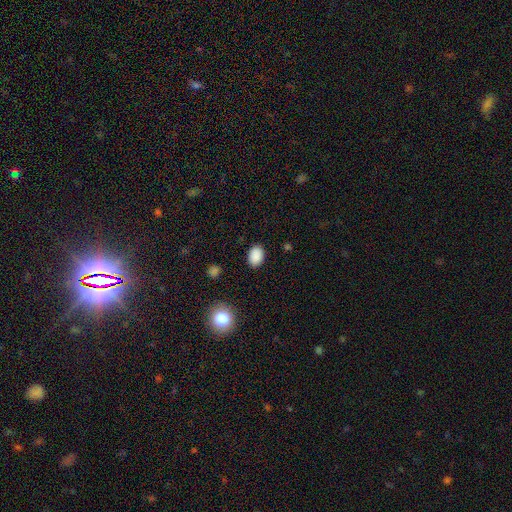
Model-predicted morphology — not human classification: A smooth galaxy with no disk features (88%) that is in between round and cigar-shaped (77%). Merging: none (87%).